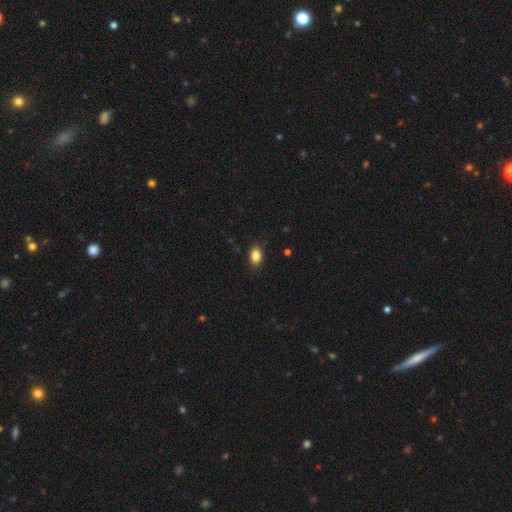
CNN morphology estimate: type=smooth (87%); roundness=in between (85%); merging=none (87%).